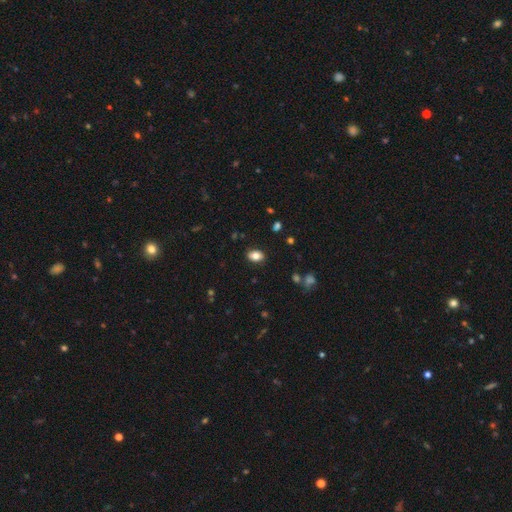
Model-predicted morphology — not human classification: The model was most divided on "how rounded": in between: 81%, round: 18%, cigar-shaped: 1%. More confident: merging — none (87%); smooth or featured — smooth (81%).